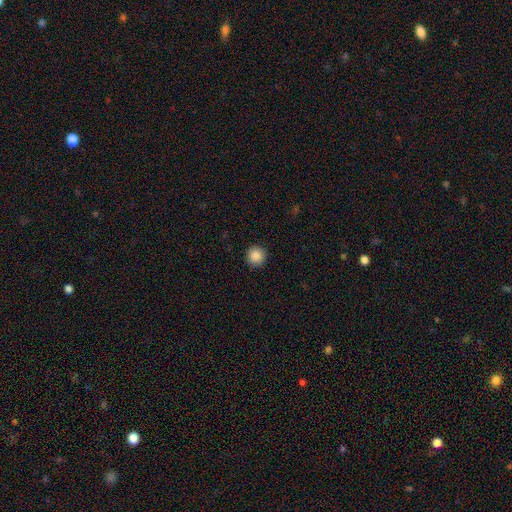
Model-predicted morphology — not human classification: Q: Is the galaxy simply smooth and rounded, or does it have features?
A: smooth — 89%.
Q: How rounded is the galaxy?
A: round — 95%.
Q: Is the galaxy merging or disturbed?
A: none — 92%.